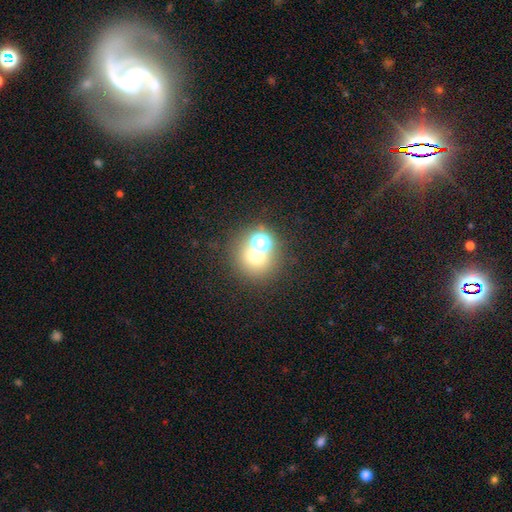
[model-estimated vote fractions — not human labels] Morphology: type=smooth (59%); roundness=round (85%); merging=none (57%).